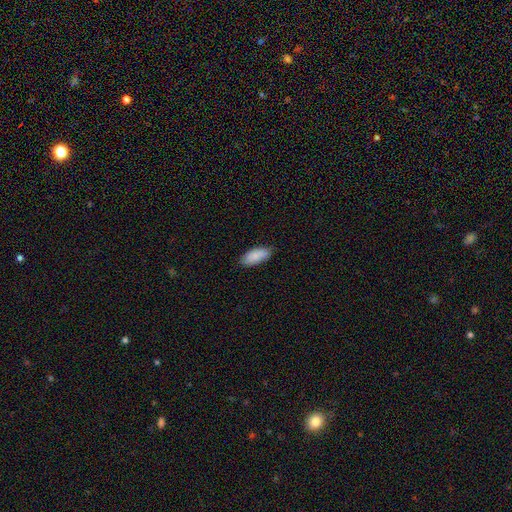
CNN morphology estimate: This appears to be a smooth galaxy with no disk features (89%) that is in between round and cigar-shaped (84%). Merging: none (84%).